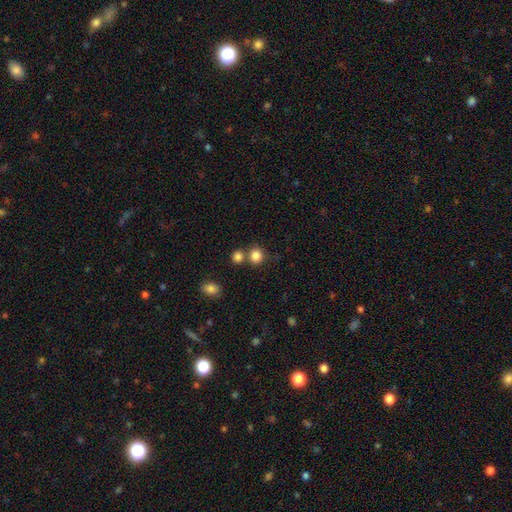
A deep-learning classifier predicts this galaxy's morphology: This is clearly a smooth galaxy (84%). How rounded: clearly round (82%). Merging: likely none (63%).